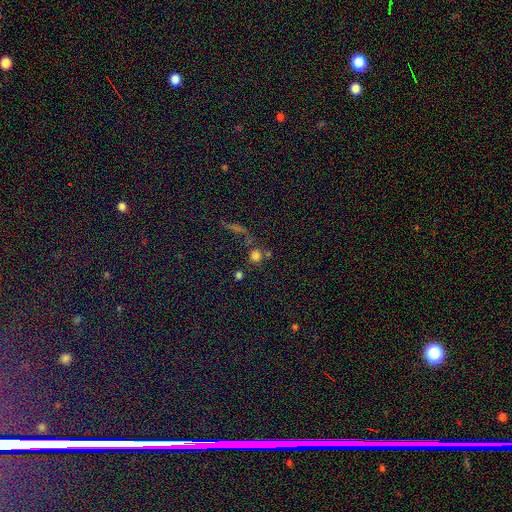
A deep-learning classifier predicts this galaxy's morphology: A smooth galaxy with no disk features (74%) that is round (89%).

Vote fractions:
- Smooth or featured? smooth: 74% / star or artifact: 18% / featured or disk: 8%
- How rounded? round: 89% / in between: 9% / cigar-shaped: 2%
- Merging? none: 63% / merger: 20% / minor disturbance: 10% / major disturbance: 7%